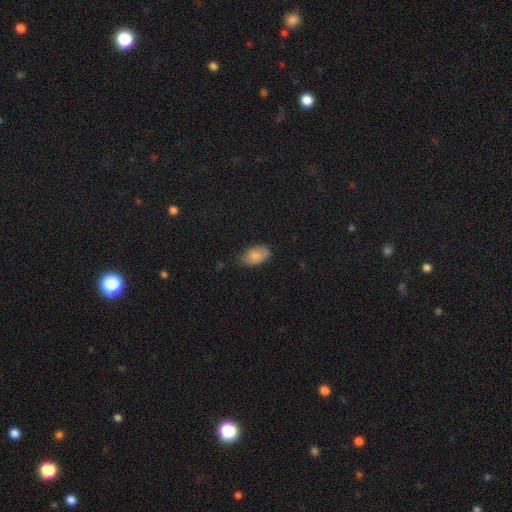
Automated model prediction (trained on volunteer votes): Morphology: type=smooth (82%); roundness=in between (91%); merging=none (61%).